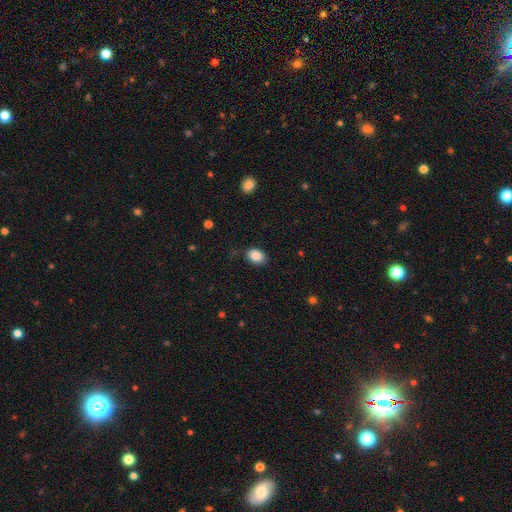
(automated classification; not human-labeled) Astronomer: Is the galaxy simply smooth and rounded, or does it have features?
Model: smooth — 87%.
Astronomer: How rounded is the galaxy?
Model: in between — 71%.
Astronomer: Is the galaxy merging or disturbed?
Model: none — 81%.